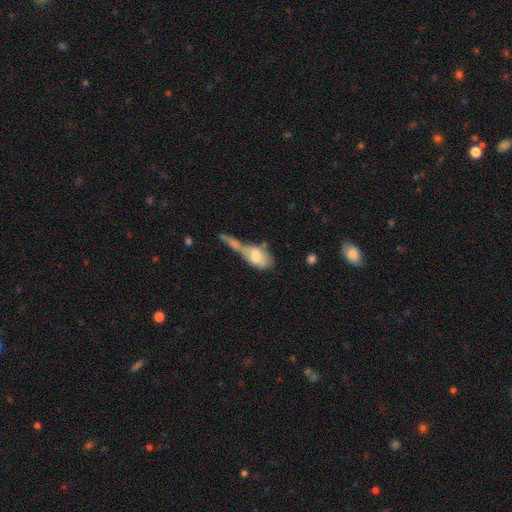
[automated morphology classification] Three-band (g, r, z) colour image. It shows a smooth galaxy with no disk features (62%) that is in between round and cigar-shaped (85%). Merging: merger (57%).